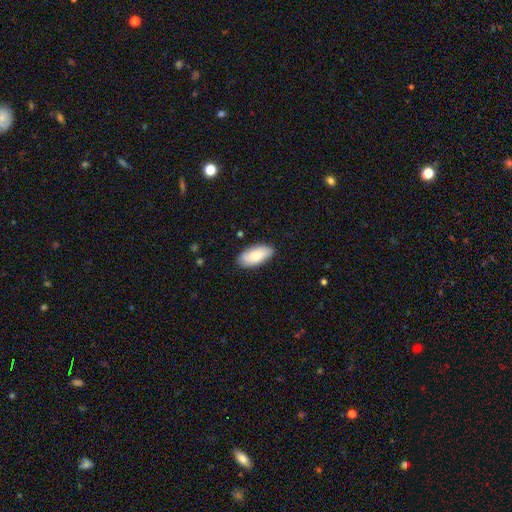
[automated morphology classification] A smooth galaxy with no disk features (79%) that is in between round and cigar-shaped (92%).

Vote fractions:
- Smooth or featured? smooth: 79% / featured or disk: 15% / star or artifact: 6%
- How rounded? in between: 92% / cigar-shaped: 6% / round: 2%
- Merging? none: 84% / minor disturbance: 12% / major disturbance: 2% / merger: 1%